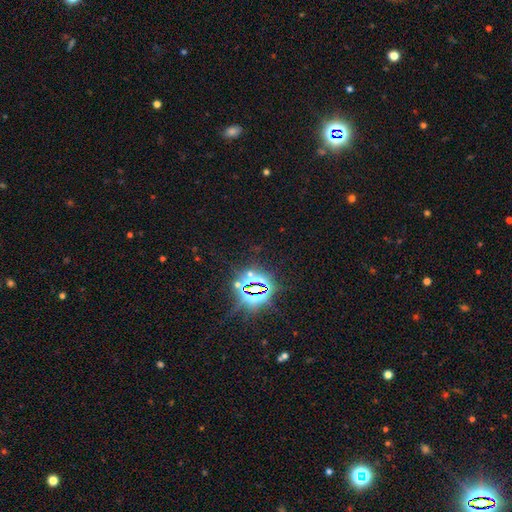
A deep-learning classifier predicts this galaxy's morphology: A star or artifact, not a galaxy (83%).

Vote fractions:
- Smooth or featured? star or artifact: 83% / smooth: 10% / featured or disk: 7%